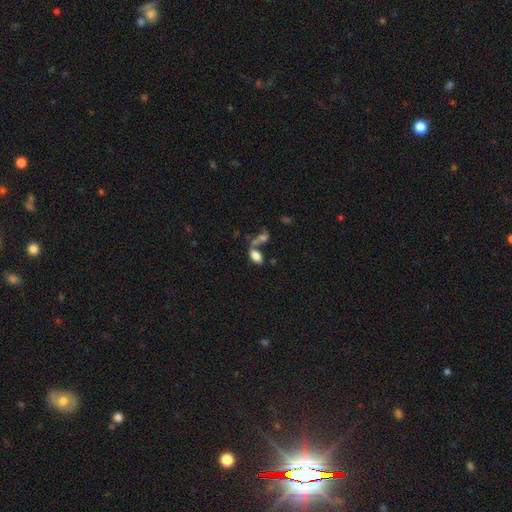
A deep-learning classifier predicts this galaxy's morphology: Q: Smooth or featured?
A: smooth (80%); runner-up: featured or disk (10%)
Q: How rounded?
A: in between (92%); runner-up: round (5%)
Q: Merging?
A: none (44%); runner-up: merger (39%)